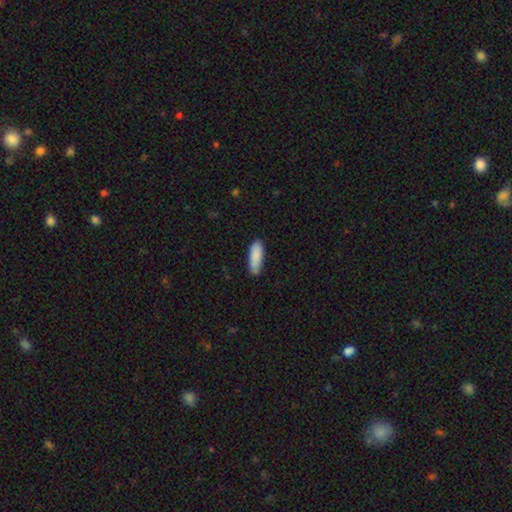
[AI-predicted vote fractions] This is clearly a smooth galaxy (88%). How rounded: likely in between (63%). Merging: likely none (78%).